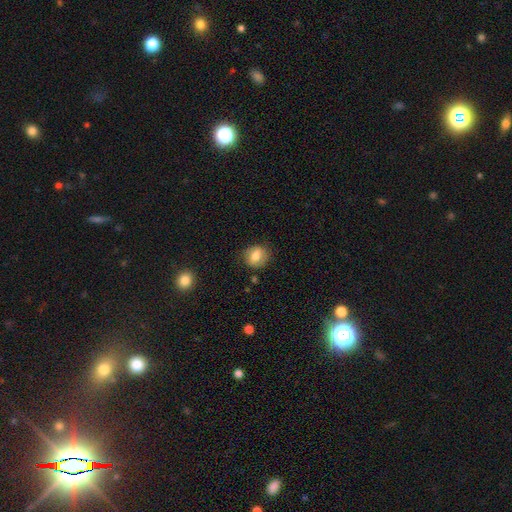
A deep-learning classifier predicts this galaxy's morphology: smooth 75%, featured or disk 17%, star or artifact 9%. Down the decision tree: how rounded — round (59%); merging — none (79%).